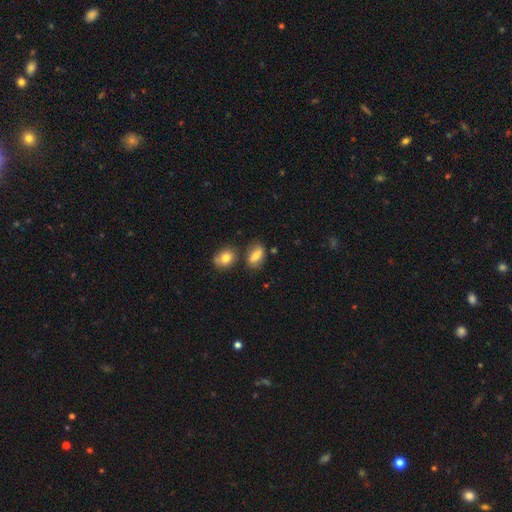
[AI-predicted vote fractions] A smooth galaxy with no disk features (74%) that is in between round and cigar-shaped (85%). Merging: none (68%).